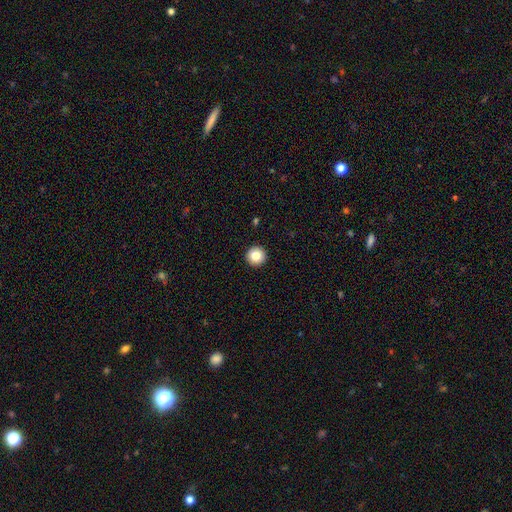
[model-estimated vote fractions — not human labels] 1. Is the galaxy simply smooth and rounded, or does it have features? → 83% smooth, 10% star or artifact, 8% featured or disk.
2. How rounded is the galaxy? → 96% round, 3% in between, 1% cigar-shaped.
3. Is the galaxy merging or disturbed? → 94% none, 4% minor disturbance, 1% major disturbance, 1% merger.